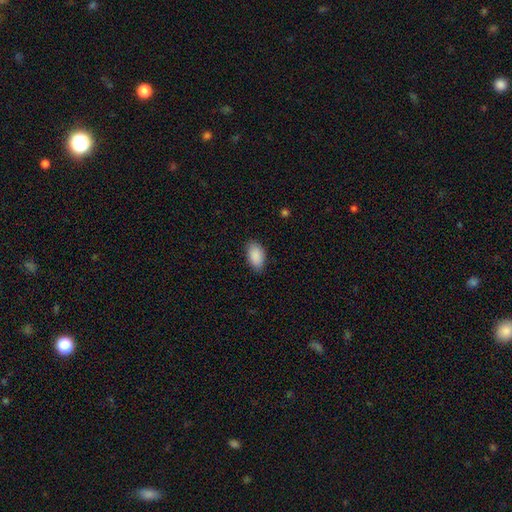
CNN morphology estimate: smooth-or-featured: smooth: 90% | star or artifact: 7% | featured or disk: 3%
  how-rounded: in between: 94% | round: 4% | cigar-shaped: 2%
  merging: none: 83% | minor disturbance: 14% | major disturbance: 3% | merger: 1%